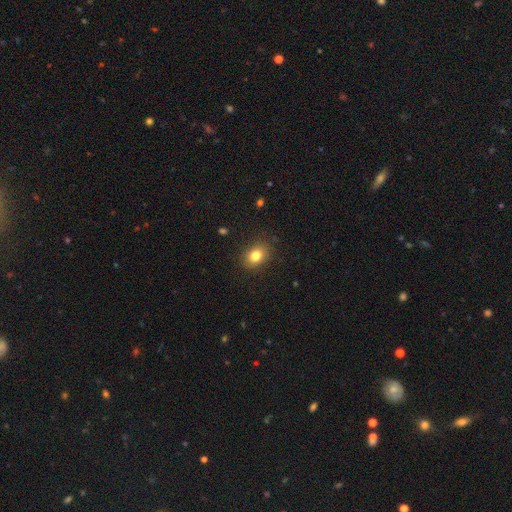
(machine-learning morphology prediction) Q: Smooth or featured?
A: smooth (82%); runner-up: star or artifact (11%)
Q: How rounded?
A: in between (57%); runner-up: round (42%)
Q: Merging?
A: none (86%); runner-up: minor disturbance (10%)